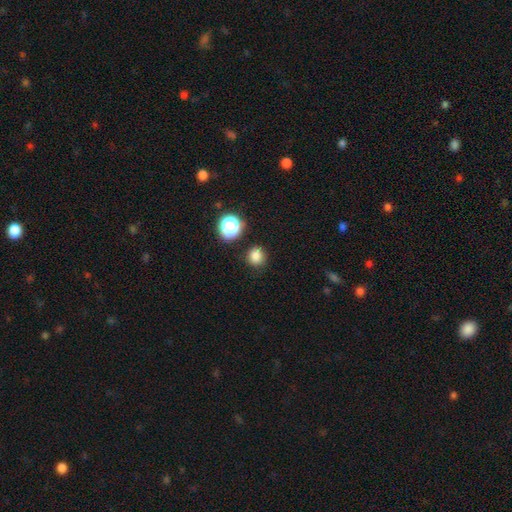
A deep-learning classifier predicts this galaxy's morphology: type=smooth (81%); roundness=round (87%); merging=none (85%).